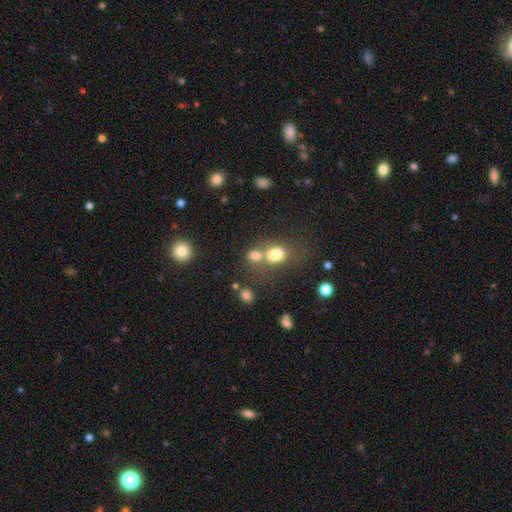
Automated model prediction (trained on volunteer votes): A smooth galaxy with no disk features (72%) that is in between round and cigar-shaped (64%).

Vote fractions:
- Smooth or featured? smooth: 72% / star or artifact: 15% / featured or disk: 13%
- How rounded? in between: 64% / round: 34% / cigar-shaped: 2%
- Merging? merger: 51% / none: 32% / minor disturbance: 10% / major disturbance: 7%